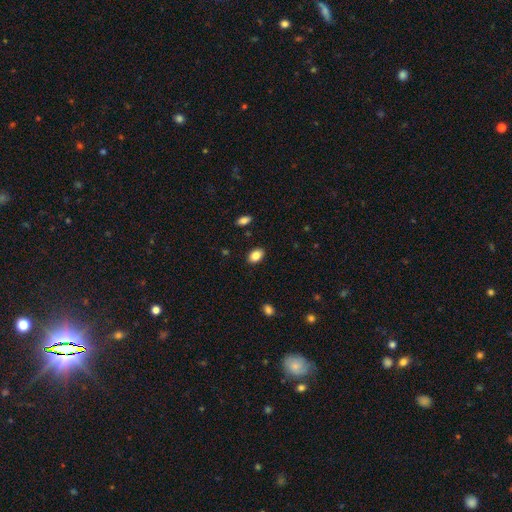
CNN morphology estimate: Smooth or featured? Predicted: smooth (p=0.86). How rounded? Predicted: in between (p=0.86). Merging? Predicted: none (p=0.88).